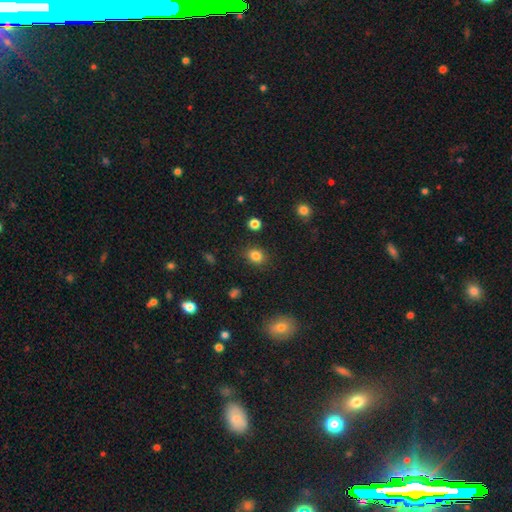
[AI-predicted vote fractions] Smooth or featured? Predicted: smooth (p=0.83). How rounded? Predicted: round (p=0.57). Merging? Predicted: none (p=0.86).